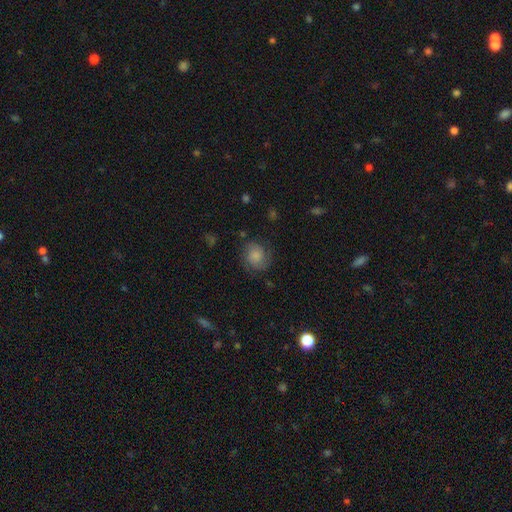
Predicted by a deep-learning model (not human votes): A smooth galaxy with no disk features (63%) that is round (76%).

Vote fractions:
- Smooth or featured? smooth: 63% / featured or disk: 28% / star or artifact: 10%
- How rounded? round: 76% / in between: 23% / cigar-shaped: 1%
- Merging? none: 70% / minor disturbance: 19% / major disturbance: 9% / merger: 1%